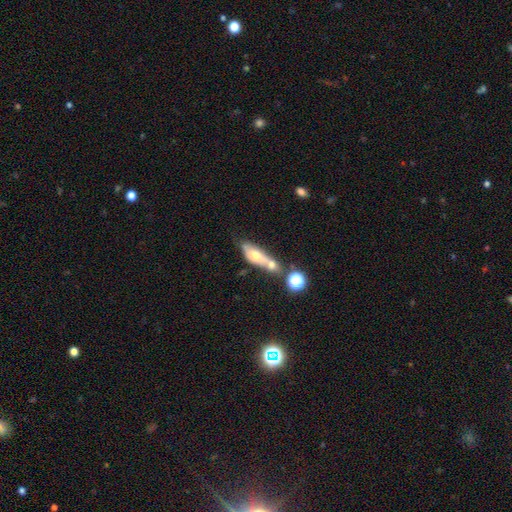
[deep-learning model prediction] smooth-or-featured: smooth: 56% | featured or disk: 34% | star or artifact: 10%
  how-rounded: in between: 61% | cigar-shaped: 29% | round: 10%
  merging: merger: 55% | none: 24% | minor disturbance: 12% | major disturbance: 8%